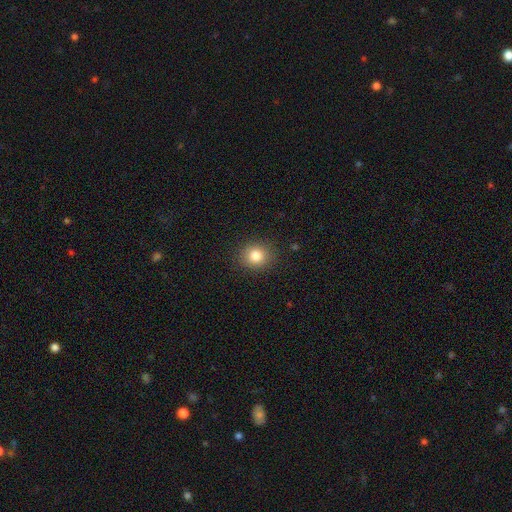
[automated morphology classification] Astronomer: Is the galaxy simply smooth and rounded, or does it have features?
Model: smooth — 82%.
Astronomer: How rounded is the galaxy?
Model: round — 81%.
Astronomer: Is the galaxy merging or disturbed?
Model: none — 89%.